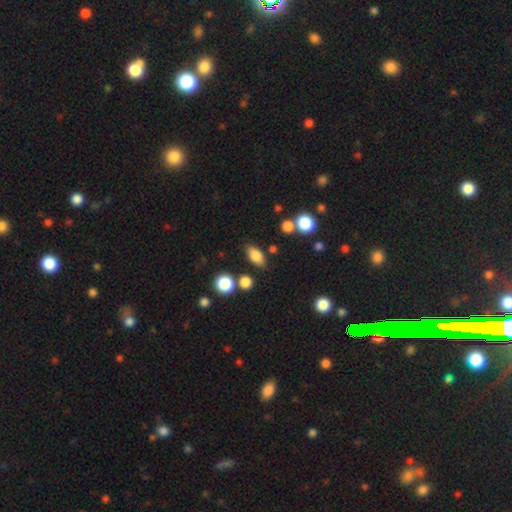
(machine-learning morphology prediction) smooth 82%, star or artifact 9%, featured or disk 9%. Down the decision tree: how rounded — in between (86%); merging — none (79%).